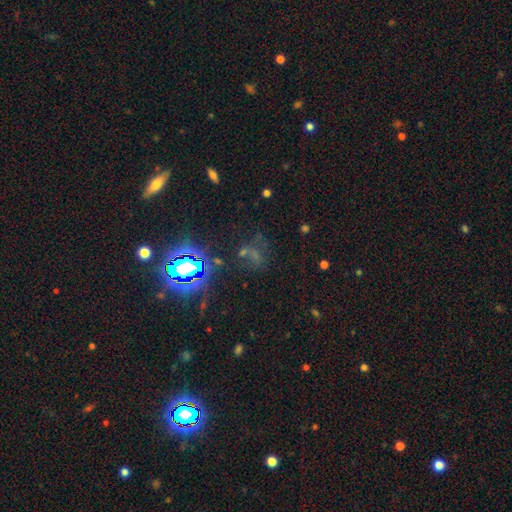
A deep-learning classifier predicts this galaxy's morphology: Smooth or featured? star or artifact (62%)